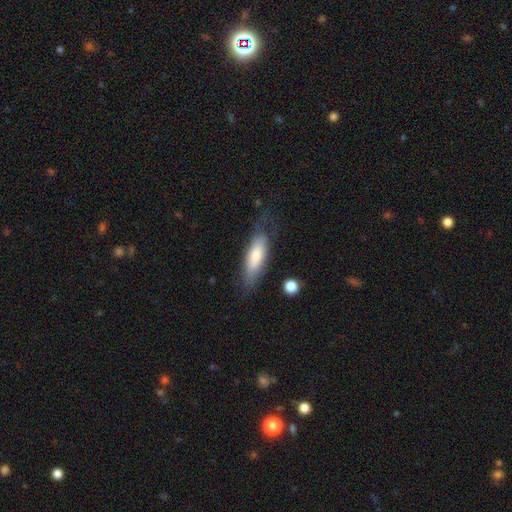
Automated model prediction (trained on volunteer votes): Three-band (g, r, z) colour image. It shows a smooth galaxy with no disk features (69%) that is in between round and cigar-shaped (51%). Merging: none (63%).